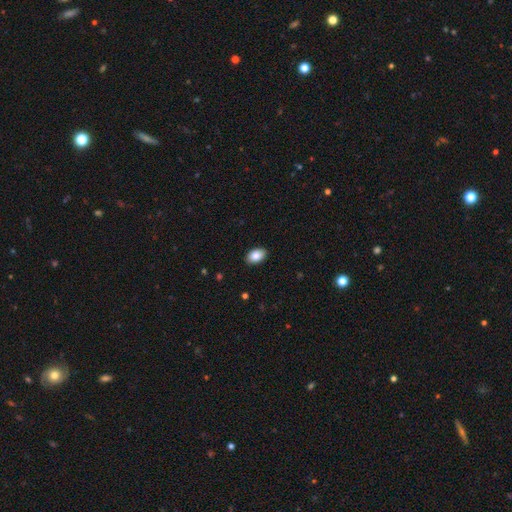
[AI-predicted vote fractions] smooth-or-featured: smooth: 85% | featured or disk: 8% | star or artifact: 7%
  how-rounded: in between: 91% | round: 8% | cigar-shaped: 1%
  merging: none: 90% | minor disturbance: 7% | major disturbance: 2% | merger: 1%